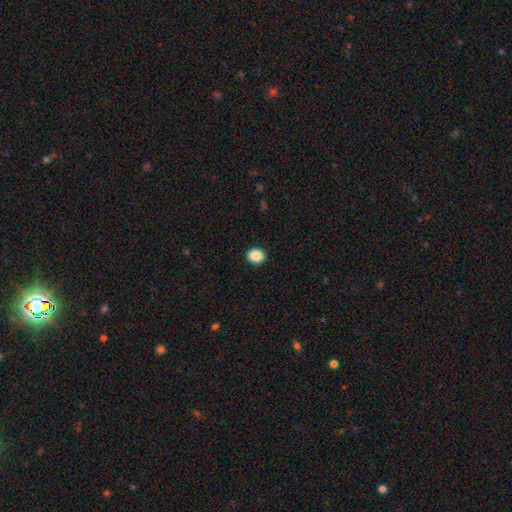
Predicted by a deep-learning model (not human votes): This is clearly a smooth galaxy (89%). How rounded: likely round (64%). Merging: clearly none (91%).